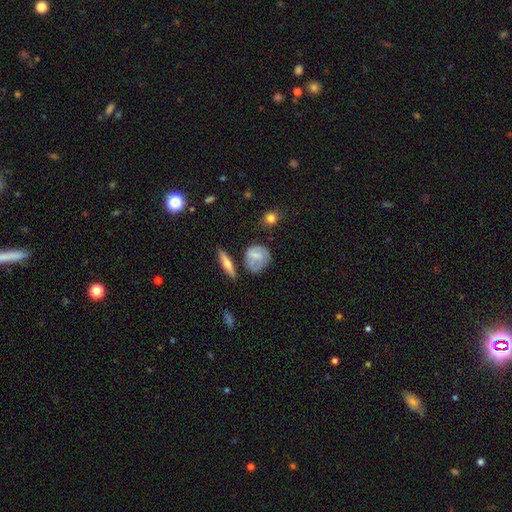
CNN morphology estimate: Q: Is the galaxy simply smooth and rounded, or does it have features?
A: smooth — 52%.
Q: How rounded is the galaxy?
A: round — 66%.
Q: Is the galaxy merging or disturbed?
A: none — 55%.